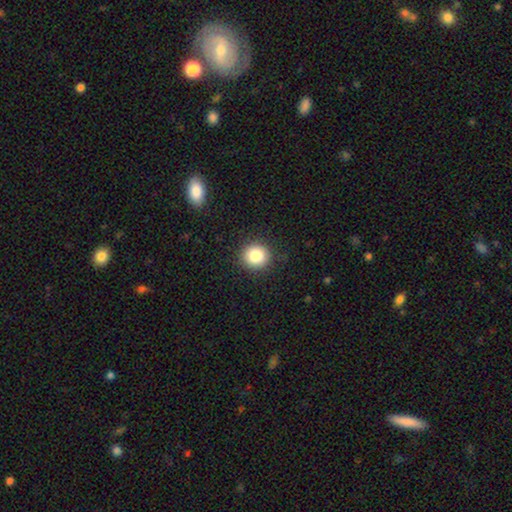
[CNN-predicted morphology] The model was most divided on "smooth or featured": smooth: 84%, star or artifact: 10%, featured or disk: 6%. More confident: how rounded — round (92%); merging — none (90%).